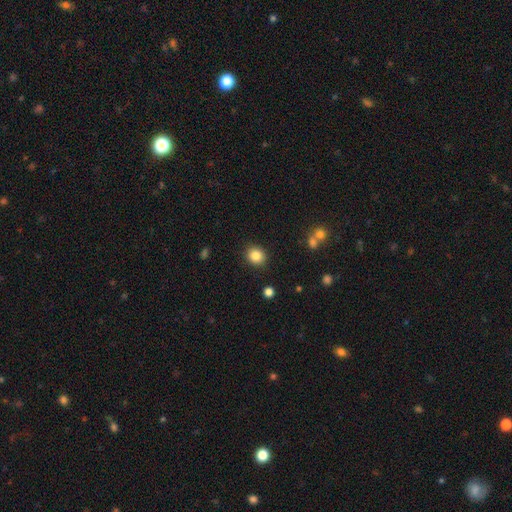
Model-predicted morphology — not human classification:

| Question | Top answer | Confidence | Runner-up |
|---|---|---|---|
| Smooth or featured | smooth | 85% | star or artifact (10%) |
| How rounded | round | 75% | in between (24%) |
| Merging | none | 89% | minor disturbance (7%) |